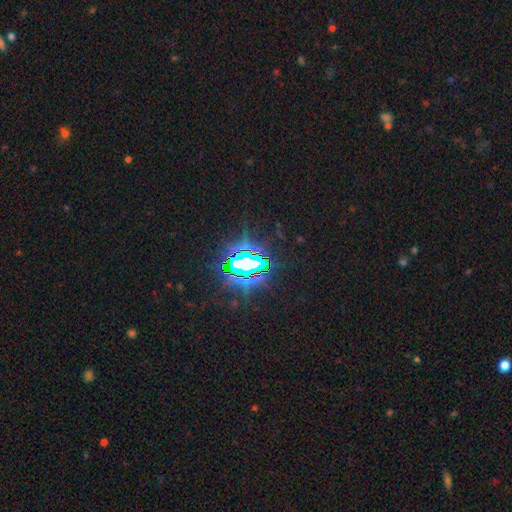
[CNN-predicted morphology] type=star or artifact (85%).